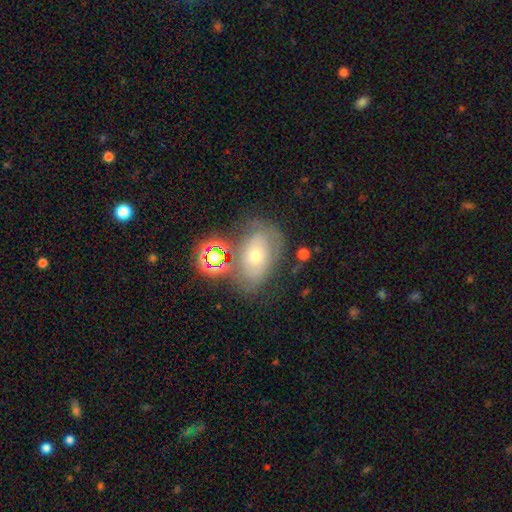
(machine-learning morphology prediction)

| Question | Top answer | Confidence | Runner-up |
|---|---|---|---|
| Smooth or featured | smooth | 43% | featured or disk (41%) |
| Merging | none | 56% | minor disturbance (23%) |